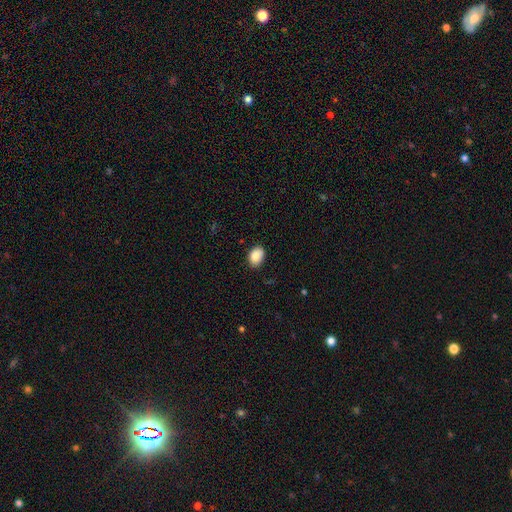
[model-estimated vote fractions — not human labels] A smooth galaxy with no disk features (89%) that is in between round and cigar-shaped (82%). Merging: none (81%).